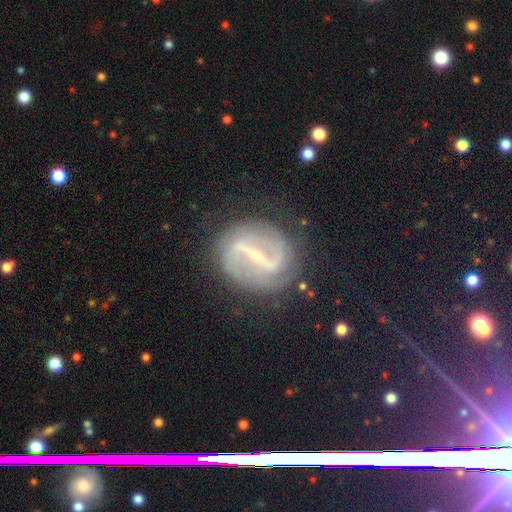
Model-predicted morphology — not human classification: Smooth or featured?
  - featured or disk: 82% *
  - smooth: 11%
  - star or artifact: 8%
Edge-on disk?
  - no: 96% *
  - yes: 4%
Bar?
  - strong: 69% *
  - weak: 25%
  - no: 7%
Spiral arms?
  - yes: 86% *
  - no: 14%
Spiral winding?
  - medium: 39% *
  - loose: 38%
  - tight: 24%
Spiral arm count?
  - 2: 84% *
  - can't tell: 8%
  - 1: 3%
  - 3: 2%
  - 4: 1%
  - more than 4: 1%
Bulge size?
  - small: 61% *
  - none: 23%
  - moderate: 13%
  - large: 2%
  - dominant: 1%
Merging?
  - none: 78% *
  - minor disturbance: 13%
  - major disturbance: 7%
  - merger: 2%